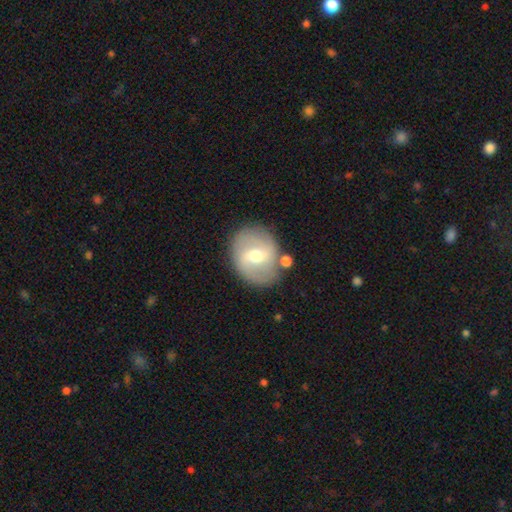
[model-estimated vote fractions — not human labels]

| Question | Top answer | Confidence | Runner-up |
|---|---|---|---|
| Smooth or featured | featured or disk | 62% | smooth (31%) |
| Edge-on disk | no | 96% | yes (4%) |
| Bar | weak | 56% | strong (24%) |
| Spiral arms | yes | 73% | no (27%) |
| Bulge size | moderate | 71% | small (19%) |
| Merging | none | 76% | minor disturbance (13%) |